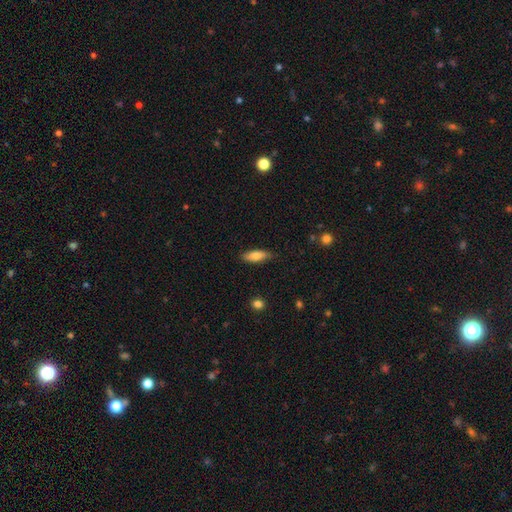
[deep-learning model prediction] A smooth galaxy with no disk features (78%) that is in between round and cigar-shaped (61%).

Vote fractions:
- Smooth or featured? smooth: 78% / featured or disk: 16% / star or artifact: 6%
- How rounded? in between: 61% / cigar-shaped: 37% / round: 2%
- Merging? none: 84% / minor disturbance: 13% / major disturbance: 2% / merger: 1%